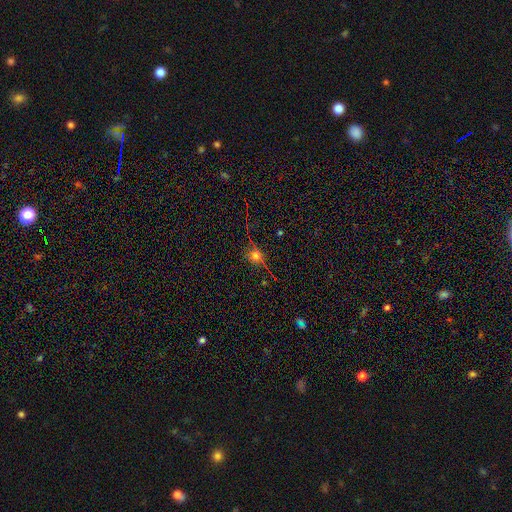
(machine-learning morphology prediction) Smooth or featured?
  - smooth: 53% *
  - star or artifact: 28%
  - featured or disk: 19%
How rounded?
  - round: 81% *
  - in between: 16%
  - cigar-shaped: 3%
Merging?
  - none: 75% *
  - minor disturbance: 15%
  - major disturbance: 7%
  - merger: 2%